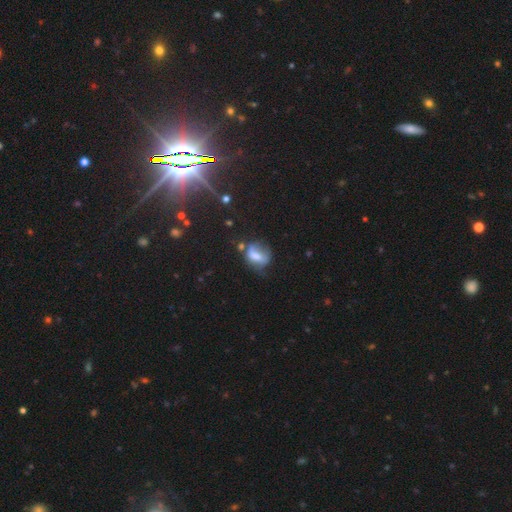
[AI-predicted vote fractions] Morphology: type=smooth (56%); roundness=in between (61%); merging=none (35%).